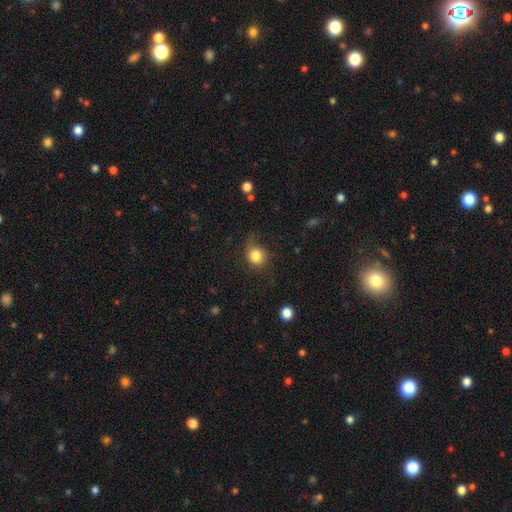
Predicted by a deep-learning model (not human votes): Smooth or featured: smooth — 81% (star or artifact — 11%)
How rounded: round — 78% (in between — 21%)
Merging: none — 64% (minor disturbance — 25%)